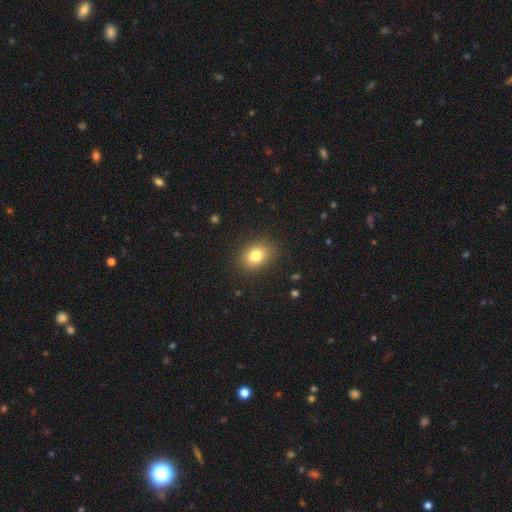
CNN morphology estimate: This is clearly a smooth galaxy (81%). How rounded: likely in between (60%). Merging: clearly none (87%).